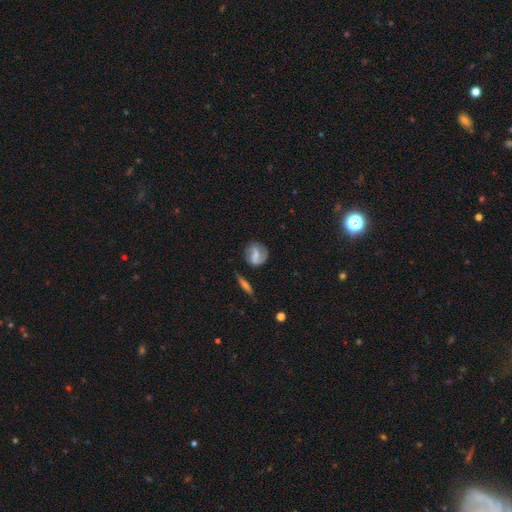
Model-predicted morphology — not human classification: A featured or disk galaxy (53%).

Vote fractions:
- Smooth or featured? featured or disk: 53% / smooth: 39% / star or artifact: 8%
- Edge-on disk? no: 94% / yes: 6%
- Merging? none: 68% / minor disturbance: 19% / major disturbance: 8% / merger: 4%